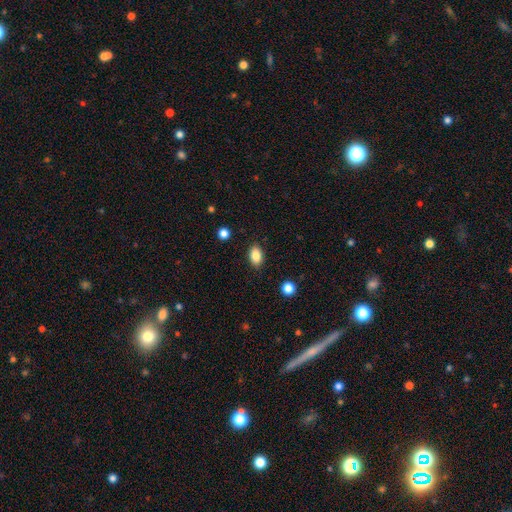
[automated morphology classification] smooth 86%, star or artifact 9%, featured or disk 5%. Down the decision tree: how rounded — in between (87%); merging — none (87%).